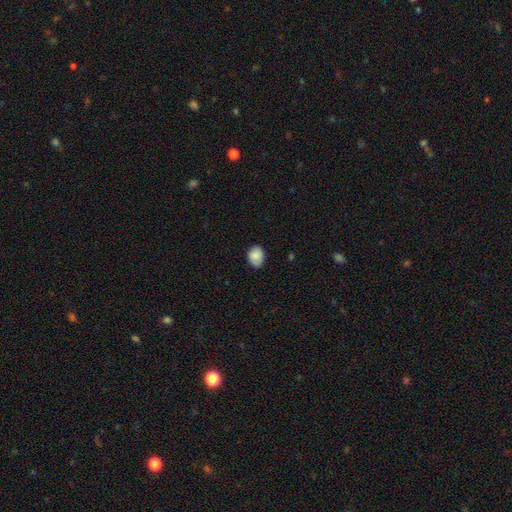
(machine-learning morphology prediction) A smooth galaxy with no disk features (84%) that is in between round and cigar-shaped (58%). Merging: none (75%).